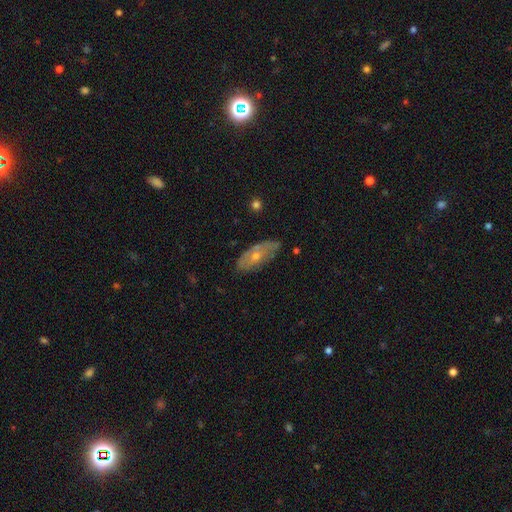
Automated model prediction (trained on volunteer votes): This appears to be a featured or disk galaxy (55%). Merging: none (74%).